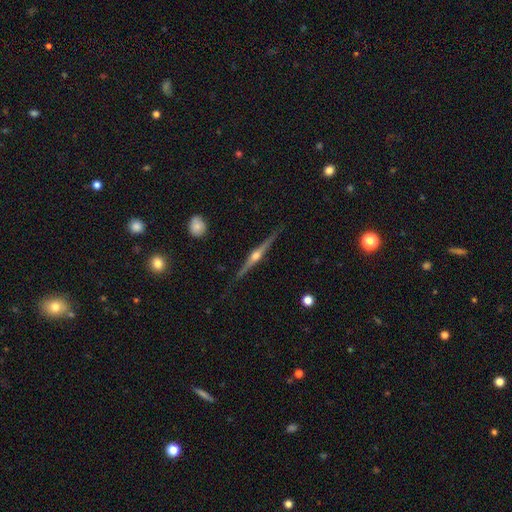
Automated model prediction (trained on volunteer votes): smooth_or_featured: featured or disk (p=0.85) [alt: smooth p=0.10]
disk_edge_on: yes (p=0.98) [alt: no p=0.02]
edge_on_bulge: rounded (p=0.94) [alt: boxy p=0.03]
merging: none (p=0.87) [alt: minor disturbance p=0.10]